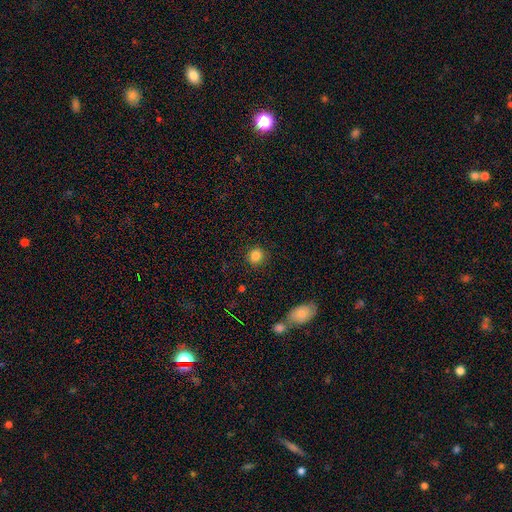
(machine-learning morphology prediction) Smooth or featured? smooth (85%)
How rounded? round (86%)
Merging? none (88%)